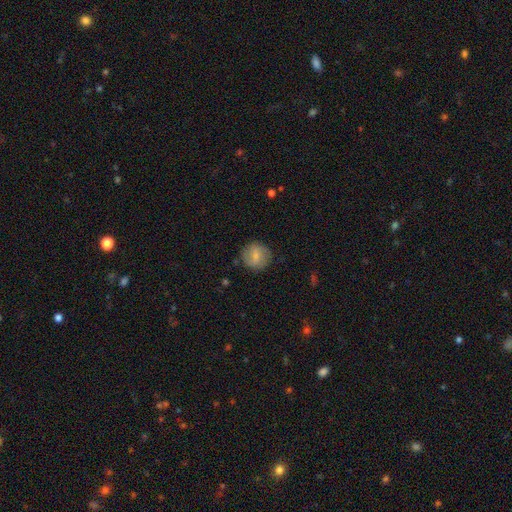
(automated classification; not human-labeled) A smooth galaxy with no disk features (68%) that is round (90%). Merging: none (84%).